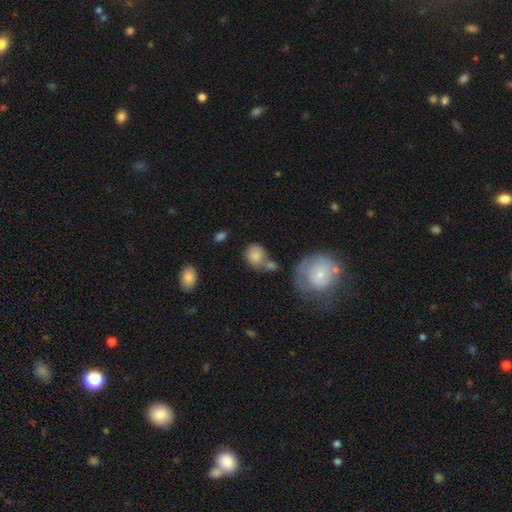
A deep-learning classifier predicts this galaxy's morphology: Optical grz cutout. It shows a smooth galaxy with no disk features (79%) that is round (63%). Merging: none (46%).